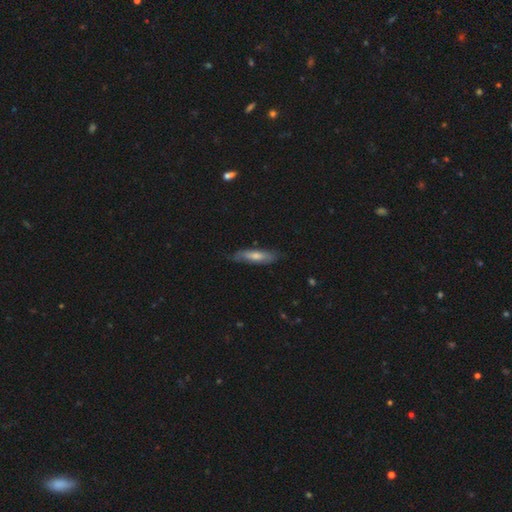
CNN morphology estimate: Overall: smooth (52%; featured or disk 41%). How rounded: cigar-shaped (72%). Merging: none (77%).